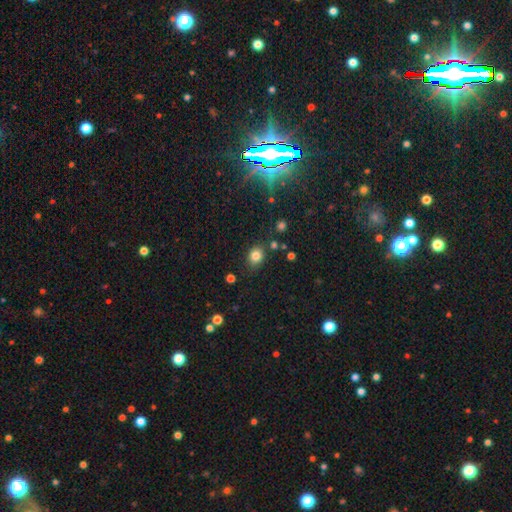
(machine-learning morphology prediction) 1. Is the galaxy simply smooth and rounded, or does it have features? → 81% smooth, 12% star or artifact, 6% featured or disk.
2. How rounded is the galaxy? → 57% round, 42% in between, 1% cigar-shaped.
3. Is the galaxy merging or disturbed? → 78% none, 14% minor disturbance, 4% merger, 4% major disturbance.